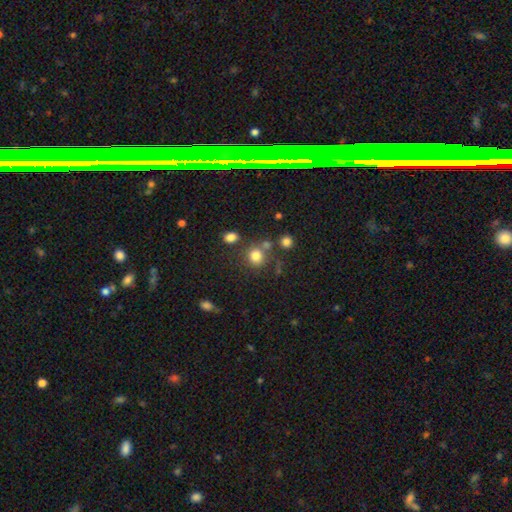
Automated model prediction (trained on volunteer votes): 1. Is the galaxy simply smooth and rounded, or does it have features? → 79% smooth, 14% star or artifact, 8% featured or disk.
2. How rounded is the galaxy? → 85% round, 14% in between, 1% cigar-shaped.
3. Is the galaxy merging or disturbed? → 68% none, 16% merger, 11% minor disturbance, 5% major disturbance.